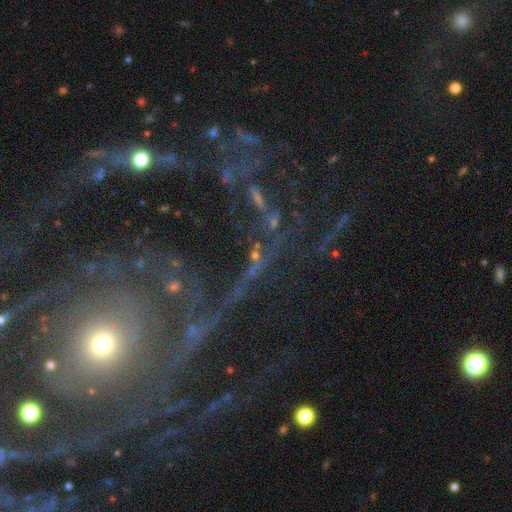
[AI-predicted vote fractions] Q: Smooth or featured?
A: featured or disk (45%); runner-up: star or artifact (43%)
Q: Merging?
A: none (62%); runner-up: major disturbance (19%)